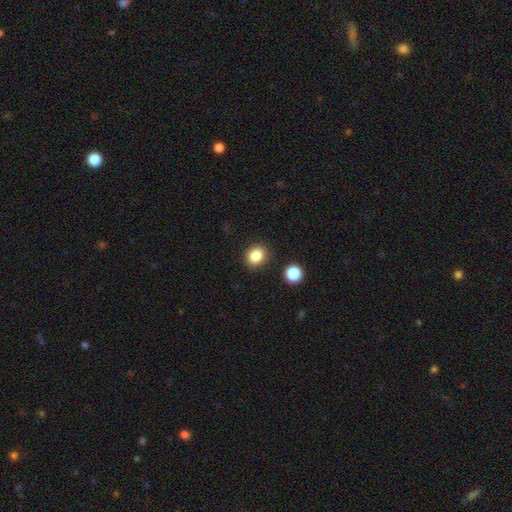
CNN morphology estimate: smooth-or-featured: smooth: 84% | star or artifact: 11% | featured or disk: 5%
  how-rounded: round: 67% | in between: 32% | cigar-shaped: 1%
  merging: none: 87% | minor disturbance: 8% | merger: 3% | major disturbance: 2%